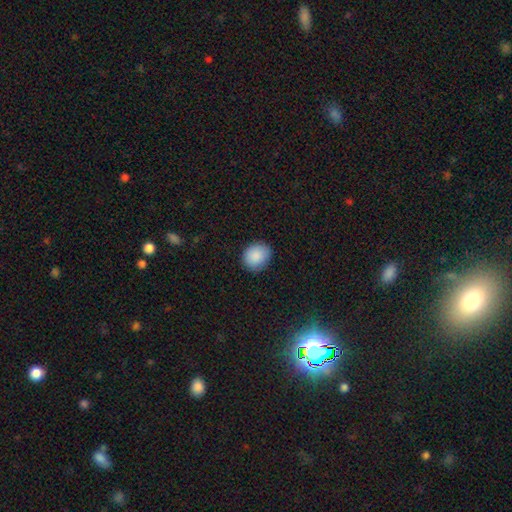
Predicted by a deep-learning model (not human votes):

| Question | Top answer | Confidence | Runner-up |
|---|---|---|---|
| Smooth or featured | smooth | 89% | star or artifact (7%) |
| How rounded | round | 65% | in between (34%) |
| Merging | none | 86% | minor disturbance (11%) |